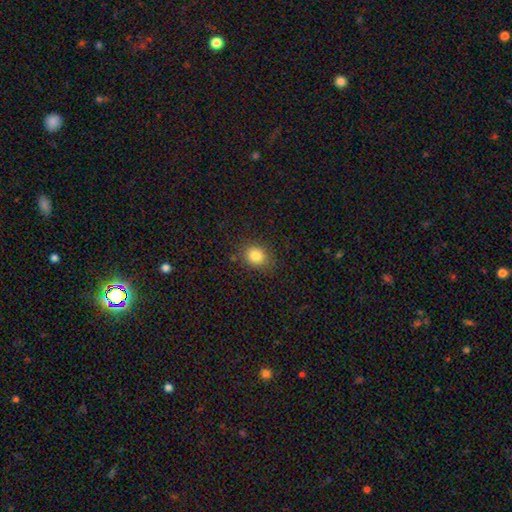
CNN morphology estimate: A smooth galaxy with no disk features (82%) that is round (59%). Merging: none (84%).